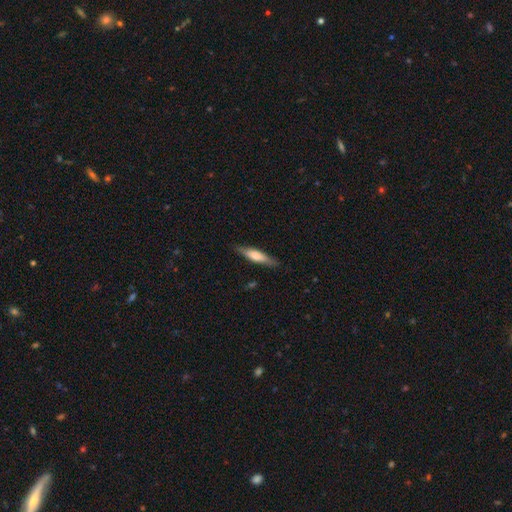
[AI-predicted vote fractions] Q: Smooth or featured?
A: smooth (58%); runner-up: featured or disk (37%)
Q: How rounded?
A: cigar-shaped (77%); runner-up: in between (21%)
Q: Merging?
A: none (84%); runner-up: minor disturbance (12%)